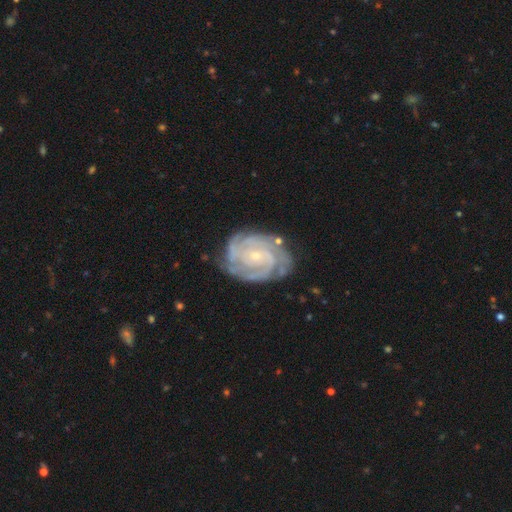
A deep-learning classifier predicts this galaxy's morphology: Smooth or featured: featured or disk — 89% (smooth — 6%)
Edge-on disk: no — 98% (yes — 2%)
Bar: no — 62% (weak — 30%)
Spiral arms: yes — 98% (no — 2%)
Spiral winding: tight — 72% (medium — 25%)
Spiral arm count: 3 — 29% (2 — 25%)
Bulge size: small — 77% (moderate — 19%)
Merging: none — 73% (minor disturbance — 19%)